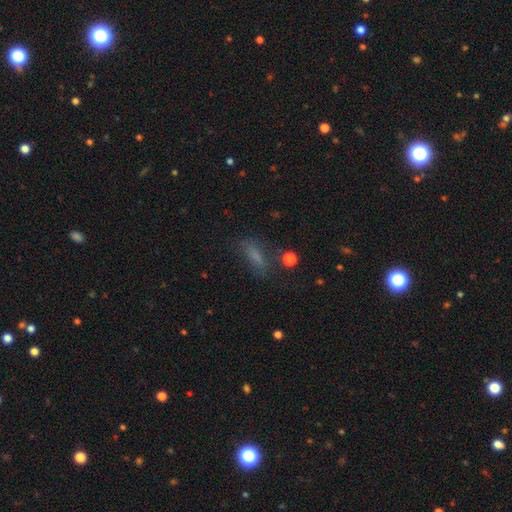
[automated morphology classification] smooth-or-featured: smooth: 66% | star or artifact: 19% | featured or disk: 16%
  how-rounded: in between: 54% | cigar-shaped: 41% | round: 6%
  merging: none: 61% | minor disturbance: 20% | major disturbance: 14% | merger: 4%